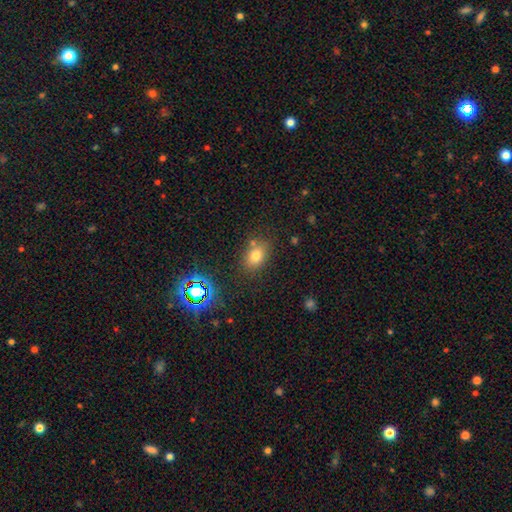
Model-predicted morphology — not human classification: Q: Smooth or featured?
A: smooth (73%); runner-up: star or artifact (17%)
Q: How rounded?
A: in between (66%); runner-up: round (32%)
Q: Merging?
A: none (73%); runner-up: minor disturbance (13%)